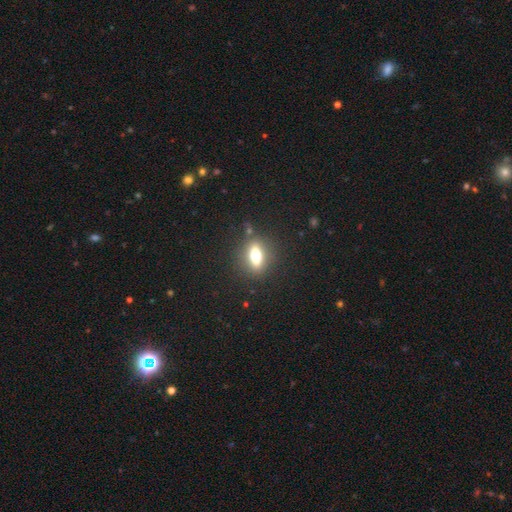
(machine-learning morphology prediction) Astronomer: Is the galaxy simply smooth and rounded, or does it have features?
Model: smooth — 62%.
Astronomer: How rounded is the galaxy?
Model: in between — 66%.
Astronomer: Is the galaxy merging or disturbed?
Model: none — 82%.